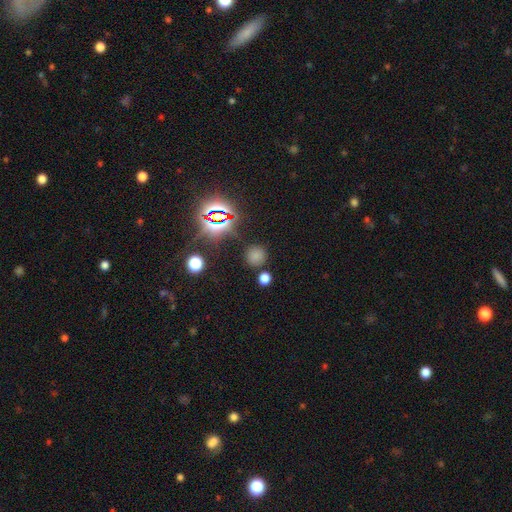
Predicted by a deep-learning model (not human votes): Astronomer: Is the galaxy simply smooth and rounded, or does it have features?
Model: smooth — 67%.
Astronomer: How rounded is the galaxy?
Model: round — 90%.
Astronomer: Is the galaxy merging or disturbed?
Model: none — 81%.